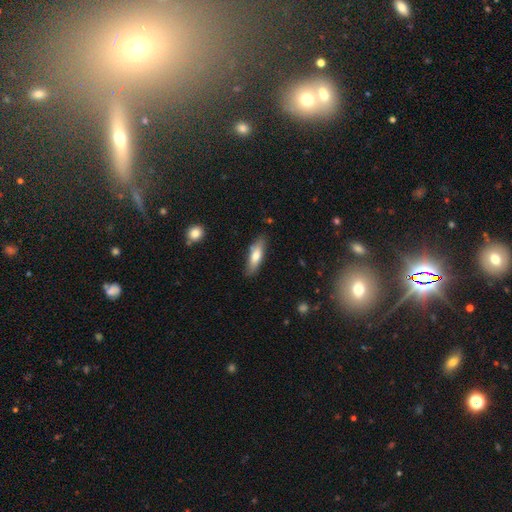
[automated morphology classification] A smooth galaxy with no disk features (71%) that is cigar-shaped (56%). Merging: none (81%).